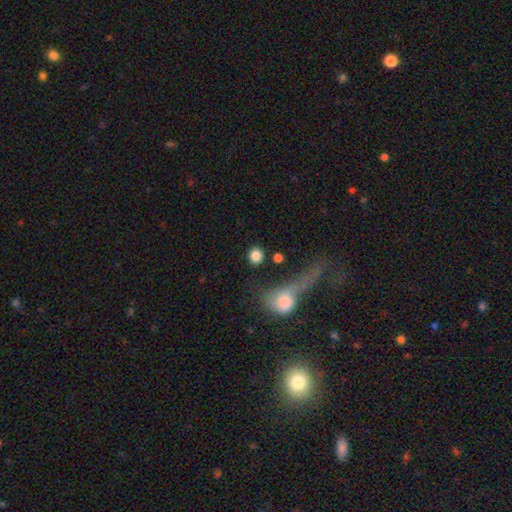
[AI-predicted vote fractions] Q: Smooth or featured?
A: smooth (85%); runner-up: star or artifact (8%)
Q: How rounded?
A: round (86%); runner-up: in between (12%)
Q: Merging?
A: none (77%); runner-up: minor disturbance (9%)